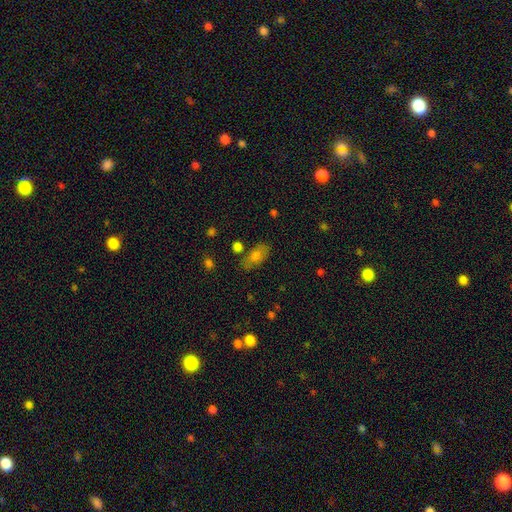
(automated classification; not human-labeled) Smooth or featured? Predicted: smooth (p=0.74). How rounded? Predicted: in between (p=0.88). Merging? Predicted: none (p=0.70).